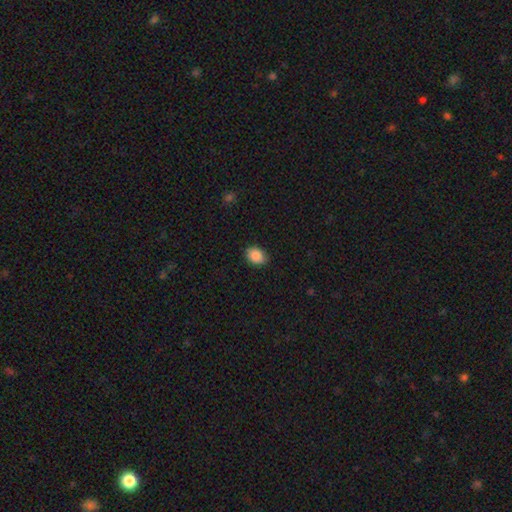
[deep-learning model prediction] This is clearly a smooth galaxy (88%). How rounded: likely in between (71%). Merging: clearly none (85%).